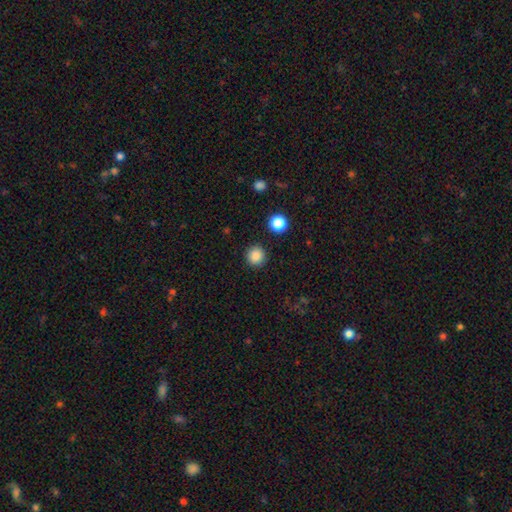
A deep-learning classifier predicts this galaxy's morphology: smooth-or-featured: smooth: 87% | star or artifact: 10% | featured or disk: 3%
  how-rounded: round: 94% | in between: 5% | cigar-shaped: 1%
  merging: none: 91% | minor disturbance: 5% | major disturbance: 2% | merger: 2%